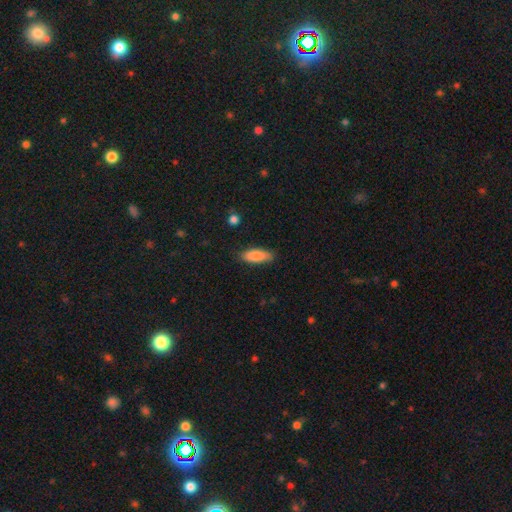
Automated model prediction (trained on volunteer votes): A smooth galaxy with no disk features (87%) that is in between round and cigar-shaped (65%).

Vote fractions:
- Smooth or featured? smooth: 87% / featured or disk: 7% / star or artifact: 6%
- How rounded? in between: 65% / cigar-shaped: 34% / round: 2%
- Merging? none: 82% / minor disturbance: 14% / major disturbance: 3% / merger: 1%